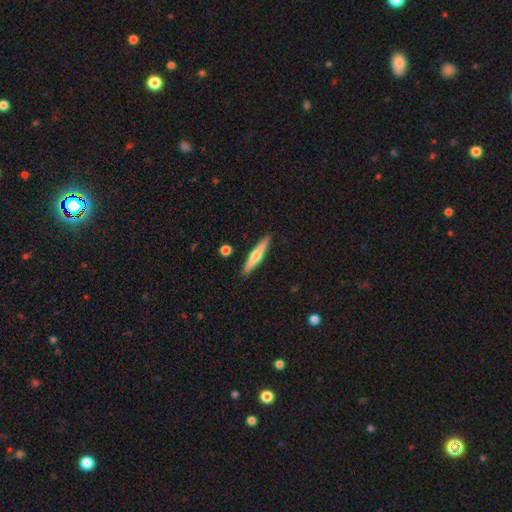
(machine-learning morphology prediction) smooth_or_featured: featured or disk (p=0.52) [alt: smooth p=0.42]
disk_edge_on: yes (p=0.96) [alt: no p=0.04]
edge_on_bulge: rounded (p=0.84) [alt: none p=0.09]
merging: none (p=0.90) [alt: minor disturbance p=0.07]